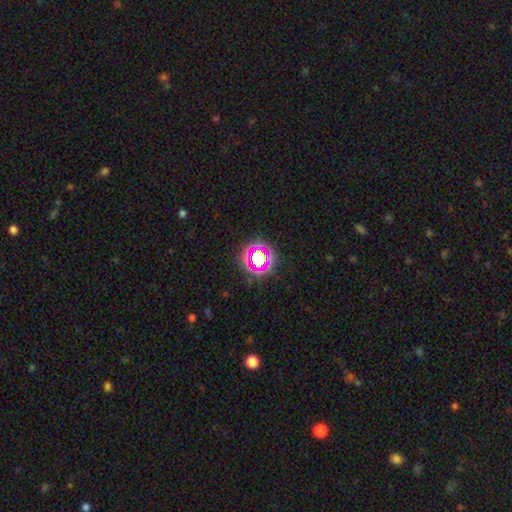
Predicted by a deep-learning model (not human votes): This appears to be a star or artifact, not a galaxy (55%).